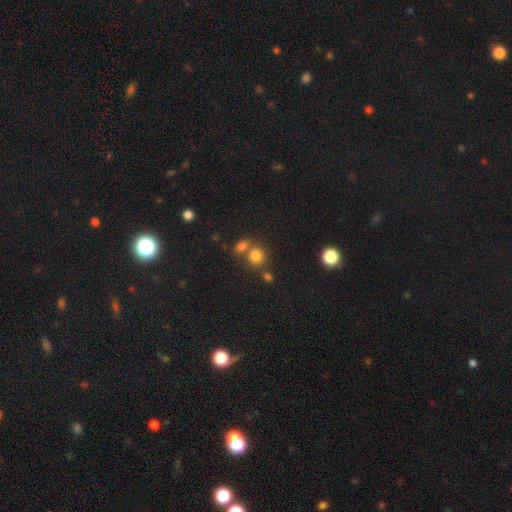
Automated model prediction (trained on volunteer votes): smooth 78%, star or artifact 14%, featured or disk 7%. Down the decision tree: how rounded — round (77%); merging — none (57%).